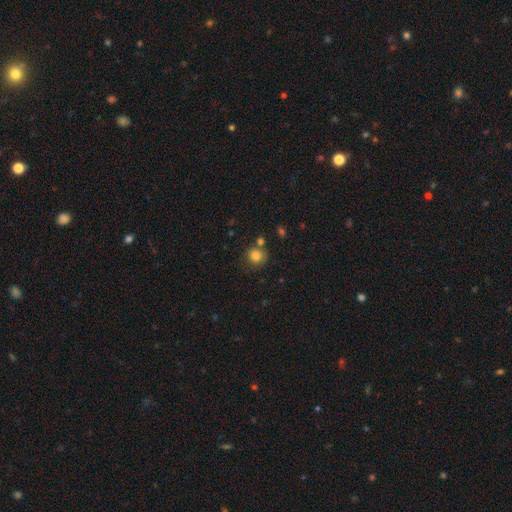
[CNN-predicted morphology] A smooth galaxy with no disk features (82%) that is round (87%).

Vote fractions:
- Smooth or featured? smooth: 82% / star or artifact: 11% / featured or disk: 6%
- How rounded? round: 87% / in between: 12% / cigar-shaped: 1%
- Merging? none: 70% / merger: 13% / minor disturbance: 13% / major disturbance: 4%